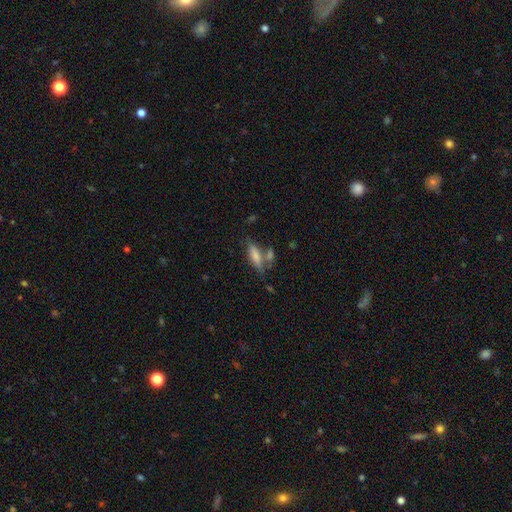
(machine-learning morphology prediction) Smooth or featured: smooth — 66% (featured or disk — 26%)
How rounded: cigar-shaped — 53% (in between — 44%)
Merging: none — 51% (merger — 26%)